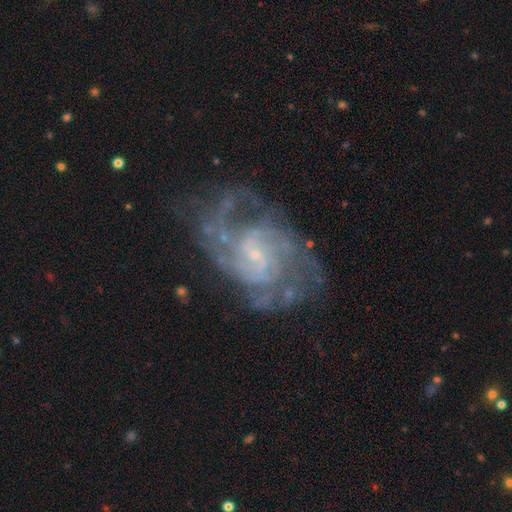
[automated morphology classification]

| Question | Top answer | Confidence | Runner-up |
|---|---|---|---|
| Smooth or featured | featured or disk | 88% | star or artifact (7%) |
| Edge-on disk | no | 98% | yes (2%) |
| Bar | no | 46% | weak (44%) |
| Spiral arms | yes | 95% | no (5%) |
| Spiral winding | medium | 47% | tight (38%) |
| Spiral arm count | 2 | 29% | can't tell (27%) |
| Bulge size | small | 79% | moderate (11%) |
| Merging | none | 61% | minor disturbance (19%) |